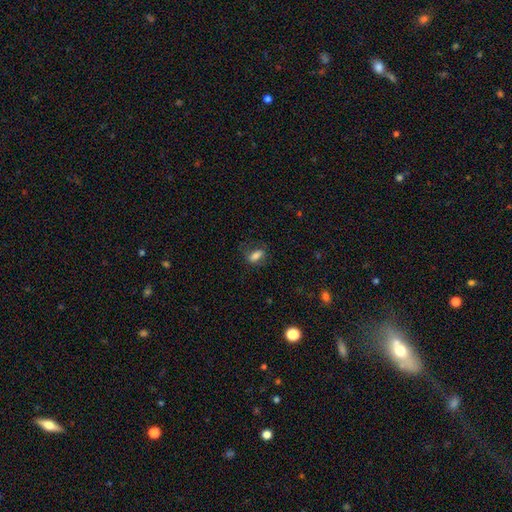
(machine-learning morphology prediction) Smooth or featured: smooth — 71% (featured or disk — 18%)
How rounded: in between — 79% (cigar-shaped — 13%)
Merging: none — 64% (minor disturbance — 22%)